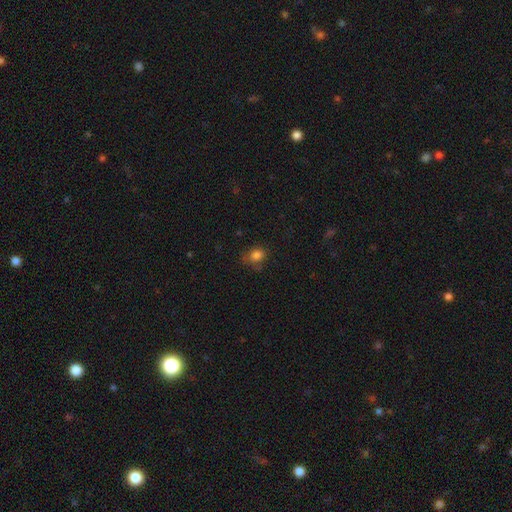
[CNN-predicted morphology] A smooth galaxy with no disk features (81%) that is round (56%).

Vote fractions:
- Smooth or featured? smooth: 81% / star or artifact: 13% / featured or disk: 7%
- How rounded? round: 56% / in between: 43% / cigar-shaped: 1%
- Merging? none: 63% / minor disturbance: 25% / major disturbance: 9% / merger: 3%